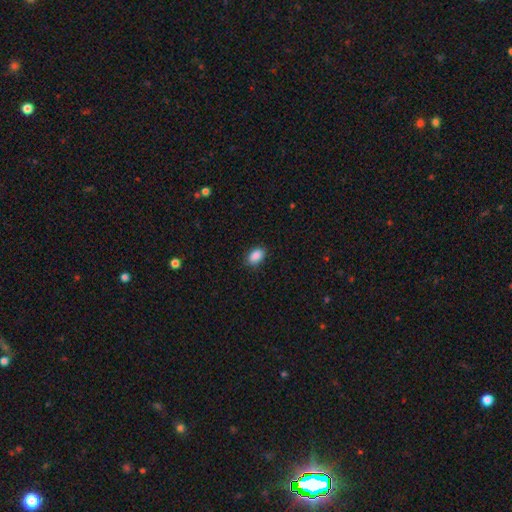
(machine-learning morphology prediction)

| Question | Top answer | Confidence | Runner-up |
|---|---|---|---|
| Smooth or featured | smooth | 89% | star or artifact (8%) |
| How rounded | in between | 88% | round (10%) |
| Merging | none | 85% | minor disturbance (11%) |